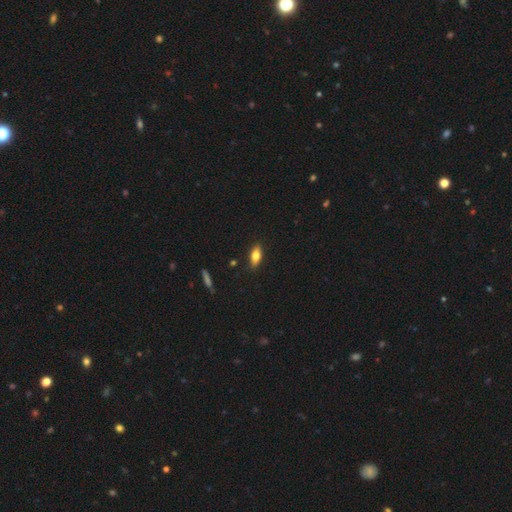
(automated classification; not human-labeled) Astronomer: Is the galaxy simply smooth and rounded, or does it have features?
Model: smooth — 70%.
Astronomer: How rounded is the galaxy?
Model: in between — 75%.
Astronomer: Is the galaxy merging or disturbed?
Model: none — 86%.